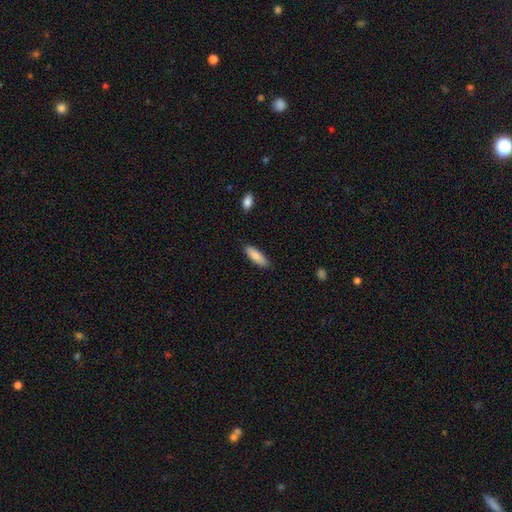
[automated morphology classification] This is clearly a smooth galaxy (86%). How rounded: possibly in between (52%). Merging: clearly none (84%).